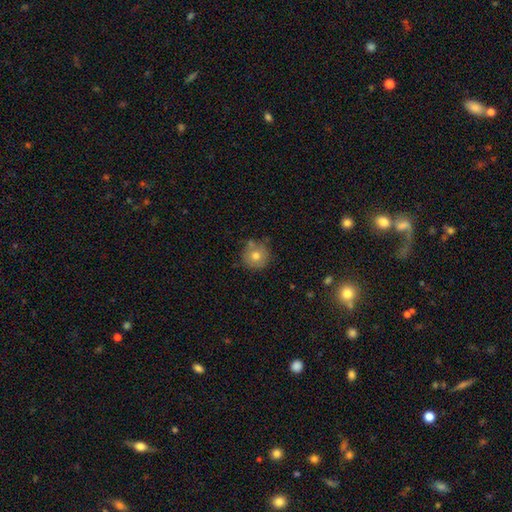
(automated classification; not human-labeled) smooth 75%, featured or disk 16%, star or artifact 10%. Down the decision tree: how rounded — round (93%); merging — none (74%).